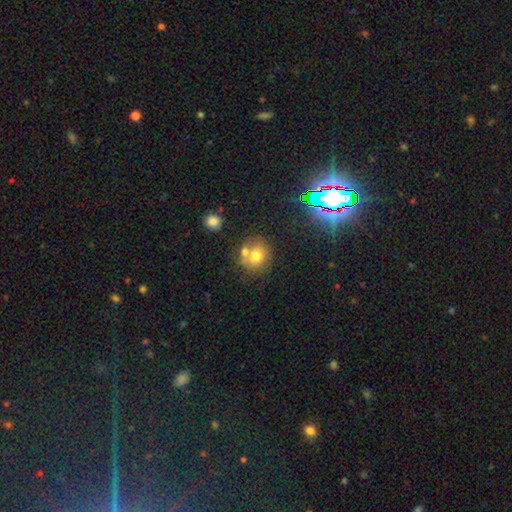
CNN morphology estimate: Q: Smooth or featured?
A: smooth (70%); runner-up: featured or disk (17%)
Q: How rounded?
A: round (81%); runner-up: in between (18%)
Q: Merging?
A: none (50%); runner-up: merger (33%)